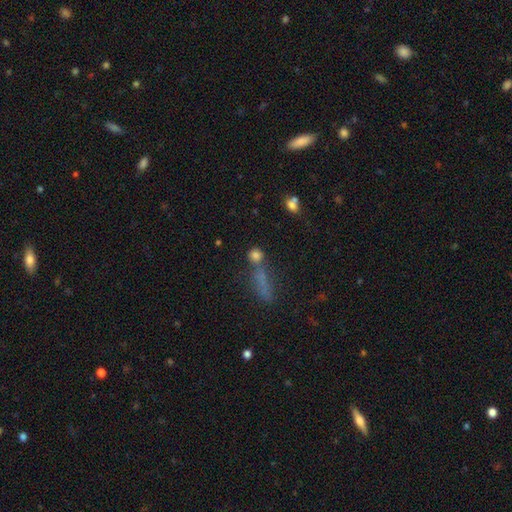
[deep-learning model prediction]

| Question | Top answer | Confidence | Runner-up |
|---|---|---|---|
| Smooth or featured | smooth | 76% | star or artifact (16%) |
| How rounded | round | 82% | in between (13%) |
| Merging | none | 63% | merger (22%) |